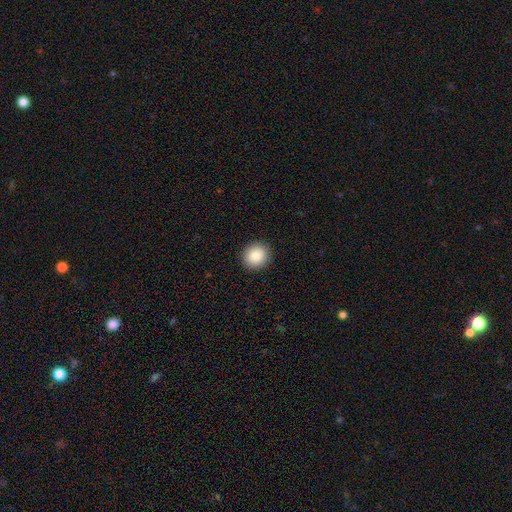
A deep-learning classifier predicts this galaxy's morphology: The model was most divided on "smooth or featured": smooth: 88%, star or artifact: 8%, featured or disk: 3%. More confident: merging — none (92%); how rounded — round (90%).